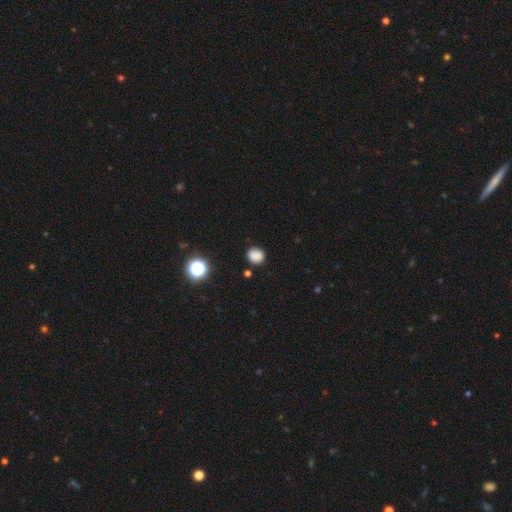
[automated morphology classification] The model was most divided on "how rounded": round: 77%, in between: 22%, cigar-shaped: 1%. More confident: merging — none (86%); smooth or featured — smooth (84%).